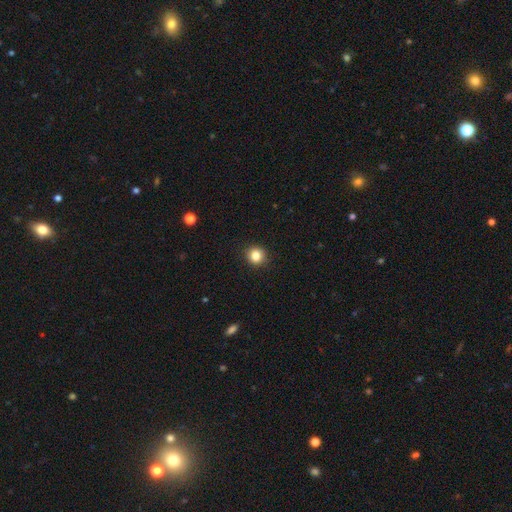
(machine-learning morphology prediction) smooth 83%, star or artifact 11%, featured or disk 5%. Down the decision tree: how rounded — round (88%); merging — none (91%).